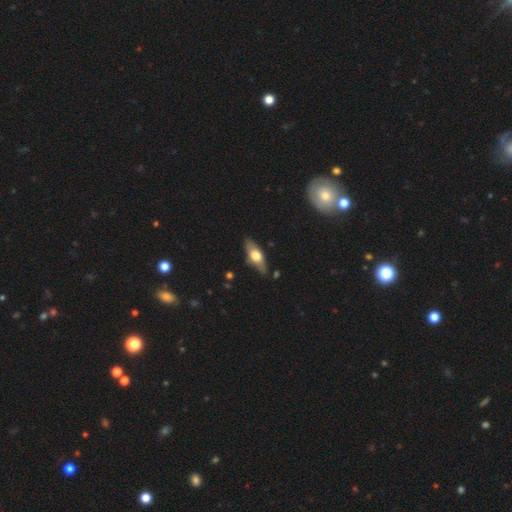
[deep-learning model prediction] A featured or disk galaxy (50%). Merging: none (83%).